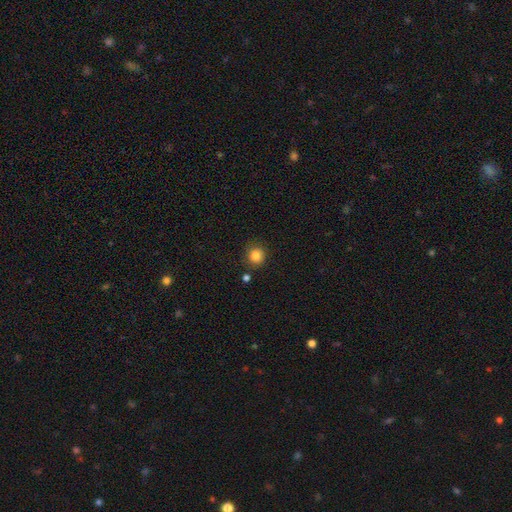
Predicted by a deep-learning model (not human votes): smooth_or_featured: smooth (p=0.84) [alt: star or artifact p=0.11]
how_rounded: round (p=0.90) [alt: in between p=0.09]
merging: none (p=0.86) [alt: minor disturbance p=0.08]